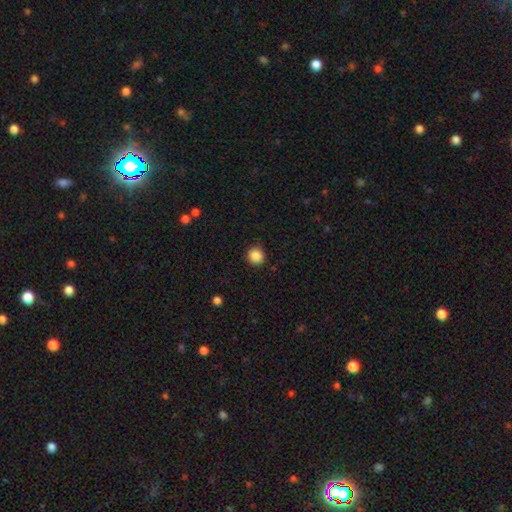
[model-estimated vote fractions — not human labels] smooth 87%, star or artifact 10%, featured or disk 3%. Down the decision tree: how rounded — round (92%); merging — none (89%).